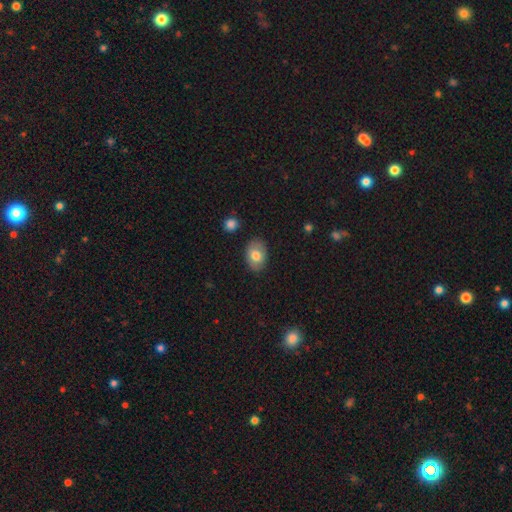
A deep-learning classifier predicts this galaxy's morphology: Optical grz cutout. It shows a smooth galaxy with no disk features (75%) that is in between round and cigar-shaped (81%). Merging: none (84%).